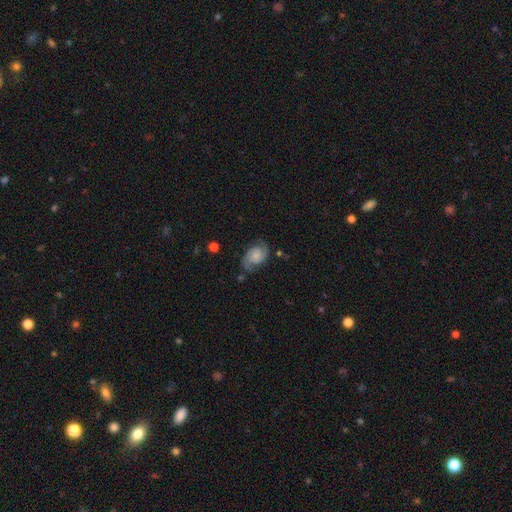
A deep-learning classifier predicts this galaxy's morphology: smooth-or-featured: featured or disk: 80% | smooth: 13% | star or artifact: 7%
  disk-edge-on: no: 98% | yes: 2%
    bar: no: 62% | weak: 32% | strong: 6%
    has-spiral-arms: yes: 97% | no: 3%
      spiral-winding: medium: 50% | tight: 33% | loose: 17%
      spiral-arm-count: 2: 92% | can't tell: 3% | 3: 1% | 1: 1% | 4: 1% | more than 4: 1%
    bulge-size: small: 39% | none: 29% | moderate: 23% | large: 7% | dominant: 2%
  merging: none: 76% | minor disturbance: 16% | major disturbance: 6% | merger: 2%